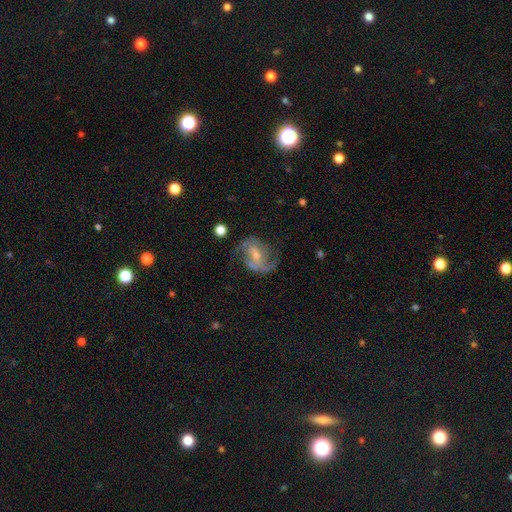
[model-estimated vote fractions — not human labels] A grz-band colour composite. It shows a featured or disk galaxy (79%) with a weak bar (49%), 2 (81%) medium (48%) spiral arms (91%) and a small central bulge (49%). Merging: none (61%).